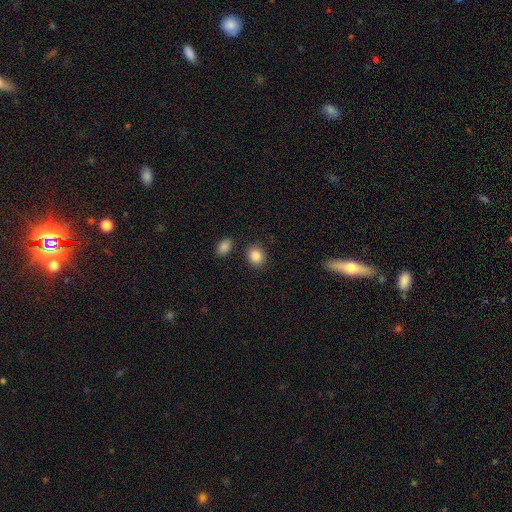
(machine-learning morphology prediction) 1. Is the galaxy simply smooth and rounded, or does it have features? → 87% smooth, 8% star or artifact, 4% featured or disk.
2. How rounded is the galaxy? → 65% round, 35% in between, 1% cigar-shaped.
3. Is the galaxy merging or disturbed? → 85% none, 8% minor disturbance, 4% merger, 3% major disturbance.